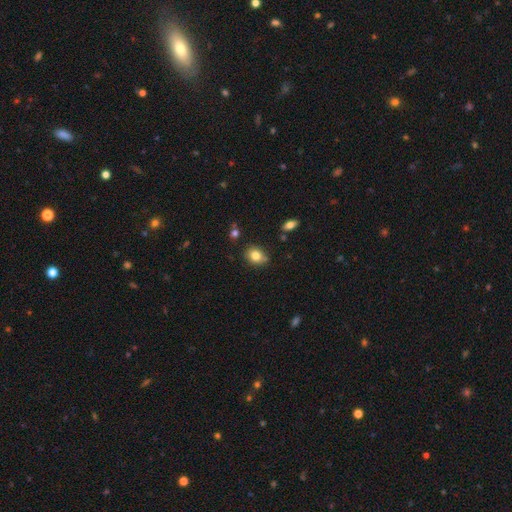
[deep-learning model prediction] This is clearly a smooth galaxy (81%). How rounded: possibly in between (52%). Merging: likely none (76%).